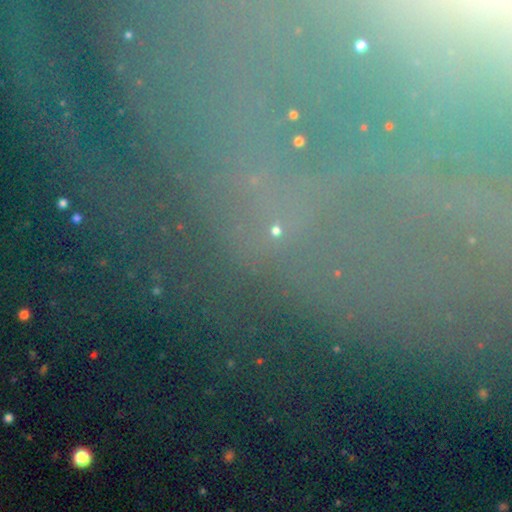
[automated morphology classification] The model was most divided on "smooth or featured": star or artifact: 74%, smooth: 13%, featured or disk: 13%.